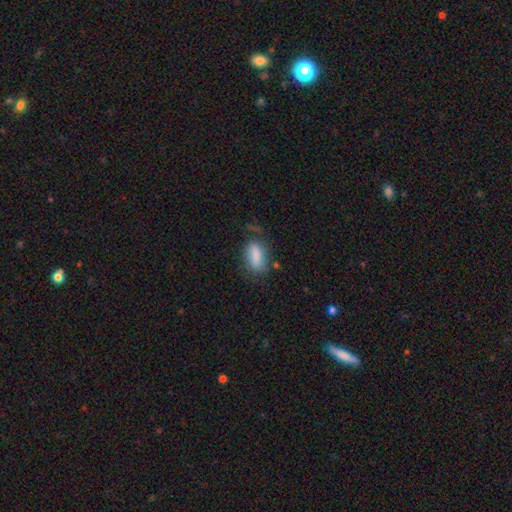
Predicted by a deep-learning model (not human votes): Smooth or featured?
  - smooth: 82% *
  - featured or disk: 10%
  - star or artifact: 8%
How rounded?
  - in between: 82% *
  - cigar-shaped: 13%
  - round: 4%
Merging?
  - none: 61% *
  - minor disturbance: 23%
  - major disturbance: 12%
  - merger: 4%